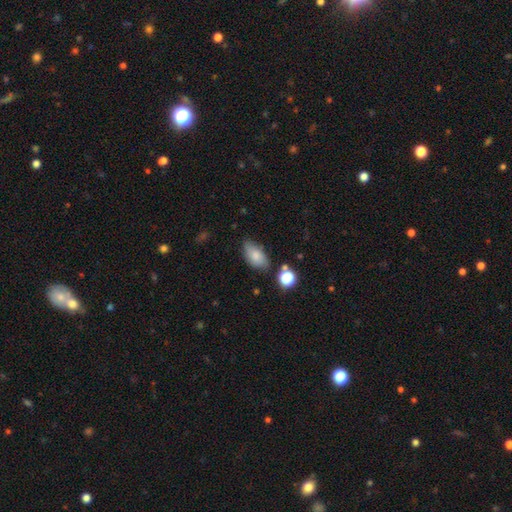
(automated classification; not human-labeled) smooth 78%, featured or disk 13%, star or artifact 9%. Down the decision tree: how rounded — in between (90%); merging — none (70%).